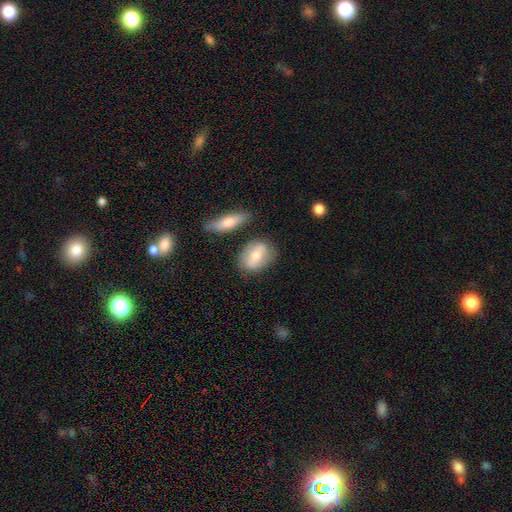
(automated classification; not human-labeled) Q: Smooth or featured?
A: smooth (63%); runner-up: featured or disk (30%)
Q: How rounded?
A: in between (68%); runner-up: round (29%)
Q: Merging?
A: none (73%); runner-up: minor disturbance (15%)